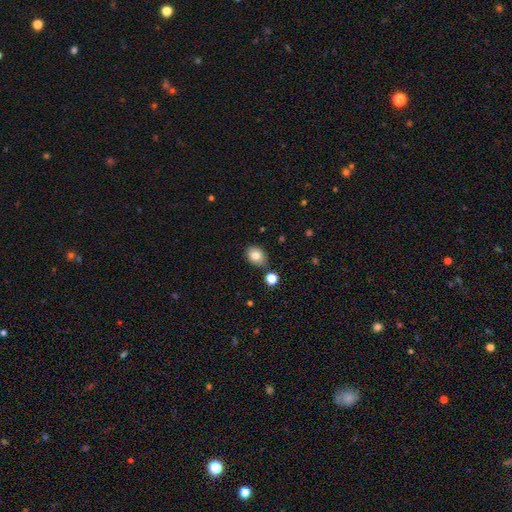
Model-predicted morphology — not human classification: Smooth or featured? smooth (81%)
How rounded? in between (56%)
Merging? none (77%)